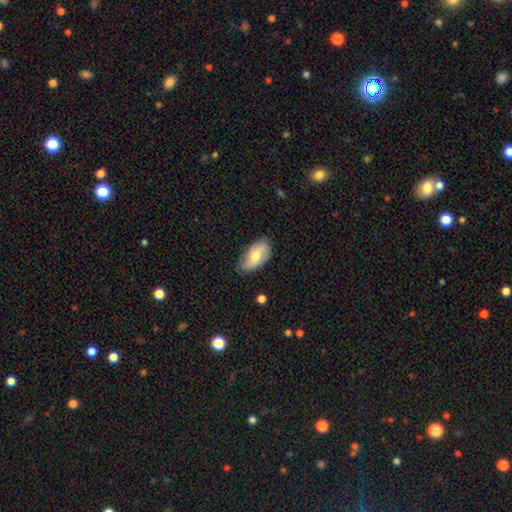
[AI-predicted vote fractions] This appears to be a smooth galaxy with no disk features (61%) that is in between round and cigar-shaped (93%). Merging: none (77%).